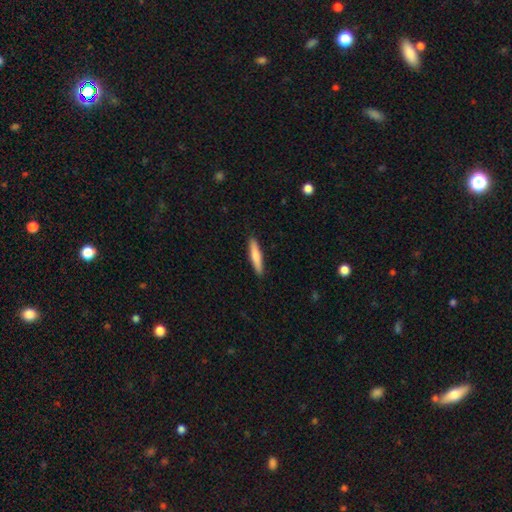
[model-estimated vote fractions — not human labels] A smooth galaxy with no disk features (74%) that is cigar-shaped (89%).

Vote fractions:
- Smooth or featured? smooth: 74% / featured or disk: 20% / star or artifact: 5%
- How rounded? cigar-shaped: 89% / in between: 10% / round: 1%
- Merging? none: 90% / minor disturbance: 7% / major disturbance: 2% / merger: 1%